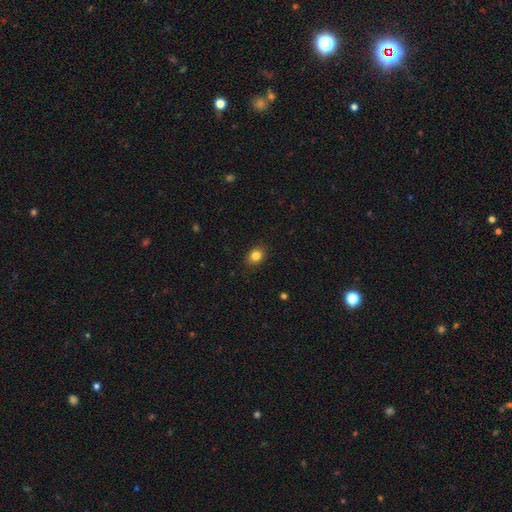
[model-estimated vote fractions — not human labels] Smooth or featured?
  - smooth: 83% *
  - star or artifact: 11%
  - featured or disk: 6%
How rounded?
  - round: 50% *
  - in between: 49%
  - cigar-shaped: 1%
Merging?
  - none: 88% *
  - minor disturbance: 9%
  - major disturbance: 2%
  - merger: 1%